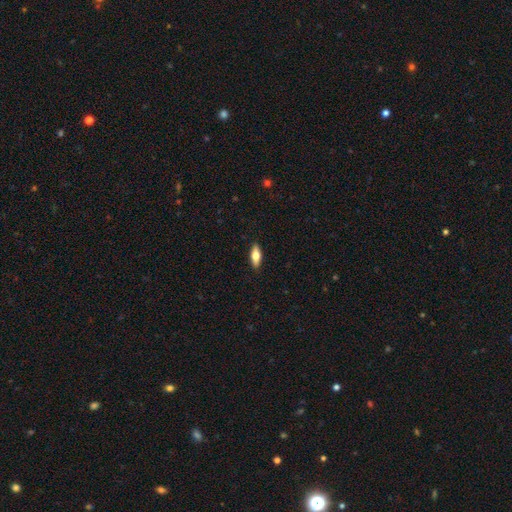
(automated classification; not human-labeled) This appears to be a smooth galaxy with no disk features (67%) that is in between round and cigar-shaped (70%). Merging: none (90%).